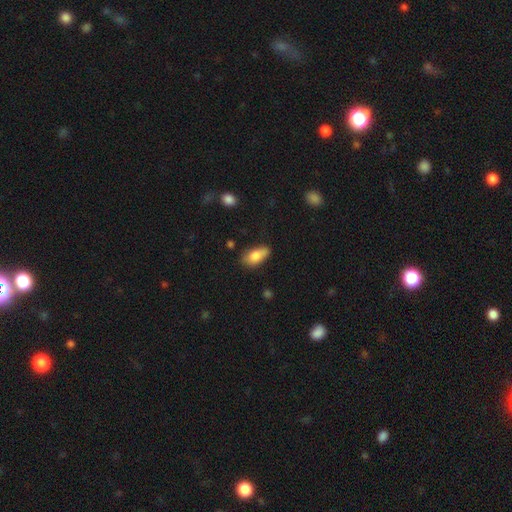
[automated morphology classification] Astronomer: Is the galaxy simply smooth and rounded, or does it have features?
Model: smooth — 80%.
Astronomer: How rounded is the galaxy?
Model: in between — 89%.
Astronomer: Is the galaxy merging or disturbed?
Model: none — 63%.